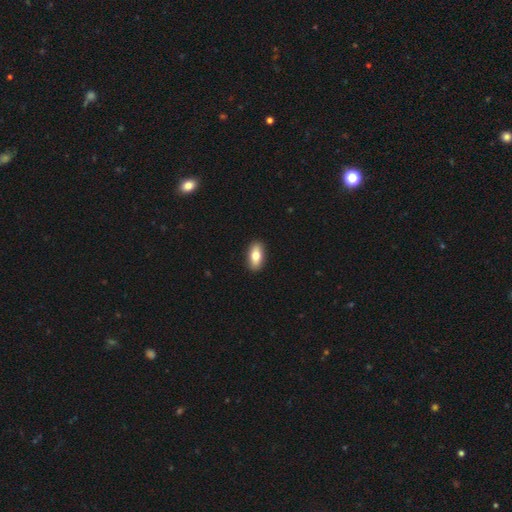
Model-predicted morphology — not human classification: Smooth or featured?
  - smooth: 77% *
  - featured or disk: 16%
  - star or artifact: 6%
How rounded?
  - in between: 86% *
  - cigar-shaped: 10%
  - round: 4%
Merging?
  - none: 91% *
  - minor disturbance: 7%
  - major disturbance: 2%
  - merger: 1%